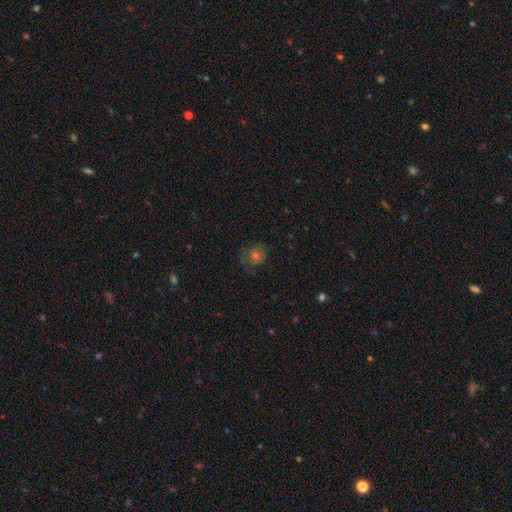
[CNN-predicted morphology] The model was most divided on "smooth or featured": smooth: 51%, featured or disk: 26%, star or artifact: 23%. More confident: how rounded — round (83%); merging — none (71%).